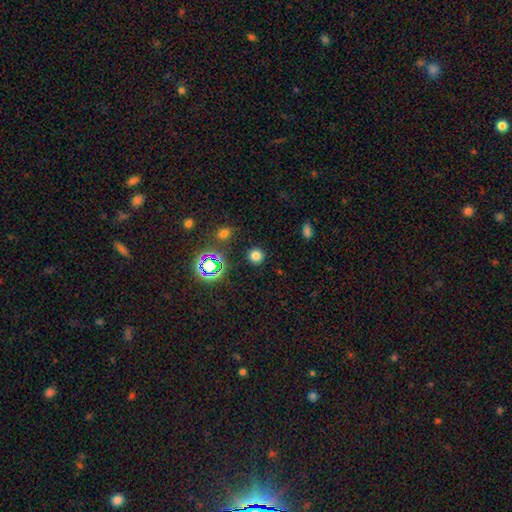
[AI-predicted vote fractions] Smooth or featured: smooth — 74% (star or artifact — 21%)
How rounded: round — 93% (in between — 6%)
Merging: none — 89% (minor disturbance — 6%)